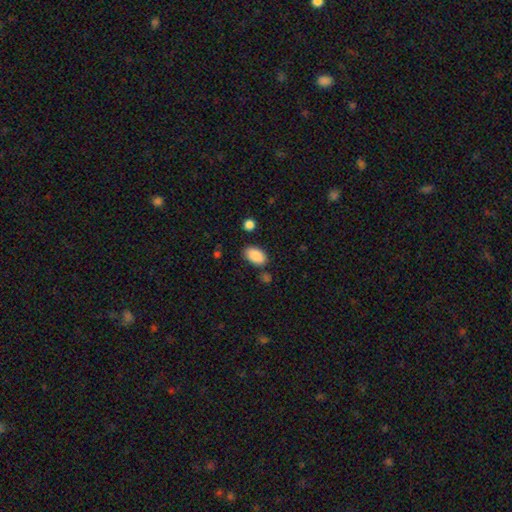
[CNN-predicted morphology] This is clearly a smooth galaxy (89%). How rounded: clearly in between (93%). Merging: clearly none (81%).